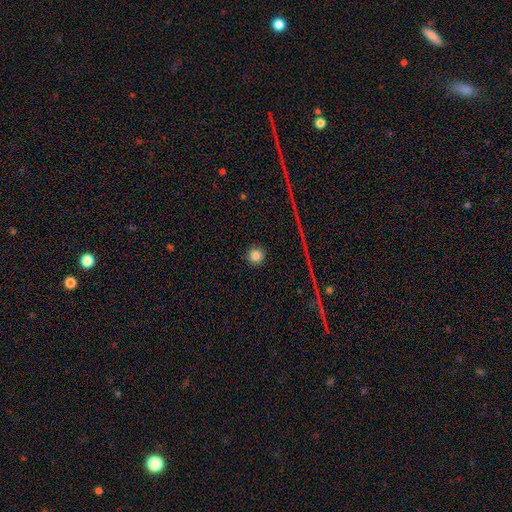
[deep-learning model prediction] Morphology: type=smooth (80%); roundness=round (94%); merging=none (90%).